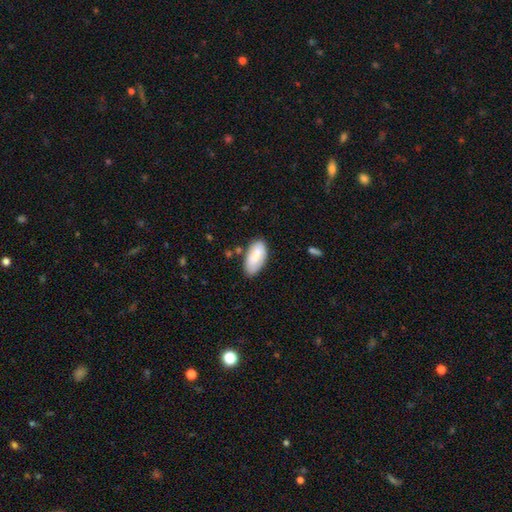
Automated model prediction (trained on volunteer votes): Smooth or featured?
  - smooth: 77% *
  - featured or disk: 17%
  - star or artifact: 6%
How rounded?
  - in between: 92% *
  - cigar-shaped: 6%
  - round: 2%
Merging?
  - none: 69% *
  - minor disturbance: 23%
  - major disturbance: 5%
  - merger: 3%